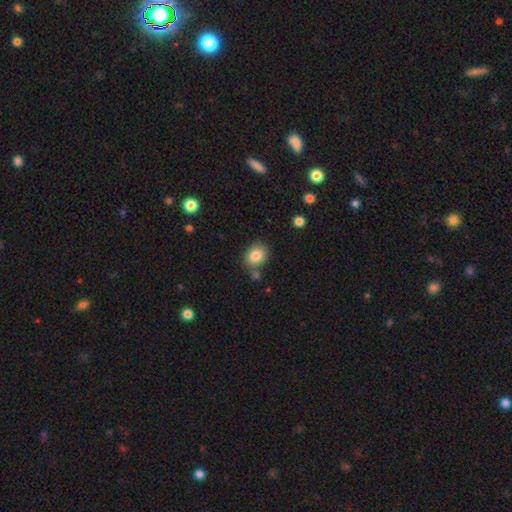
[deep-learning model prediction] Overall: smooth (84%). How rounded: in between (50%; round 49%). Merging: none (71%).